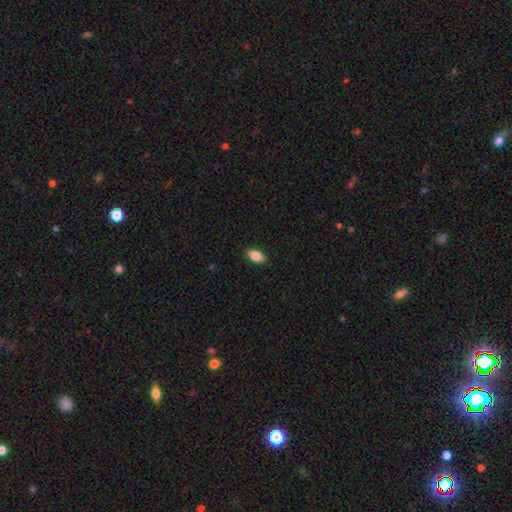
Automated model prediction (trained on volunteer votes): smooth_or_featured: smooth (p=0.87) [alt: star or artifact p=0.08]
how_rounded: in between (p=0.91) [alt: round p=0.06]
merging: none (p=0.88) [alt: minor disturbance p=0.09]